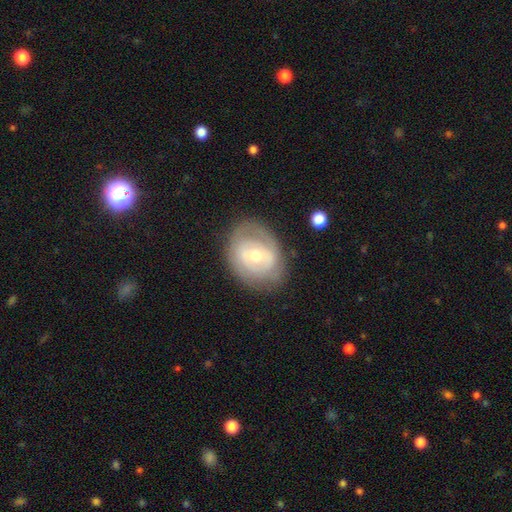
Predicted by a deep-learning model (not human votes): Smooth or featured? Predicted: featured or disk (p=0.66). Edge-on disk? Predicted: no (p=0.95). Bar? Predicted: weak (p=0.42). Spiral arms? Predicted: yes (p=0.56). Bulge size? Predicted: moderate (p=0.60). Merging? Predicted: none (p=0.74).